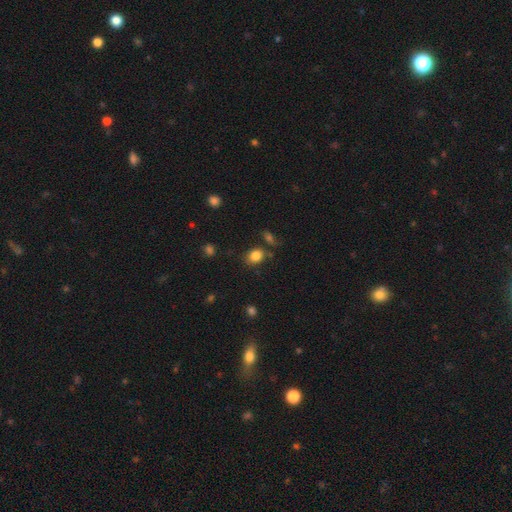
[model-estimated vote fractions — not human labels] This appears to be a smooth galaxy with no disk features (83%) that is round (51%). Merging: none (72%).